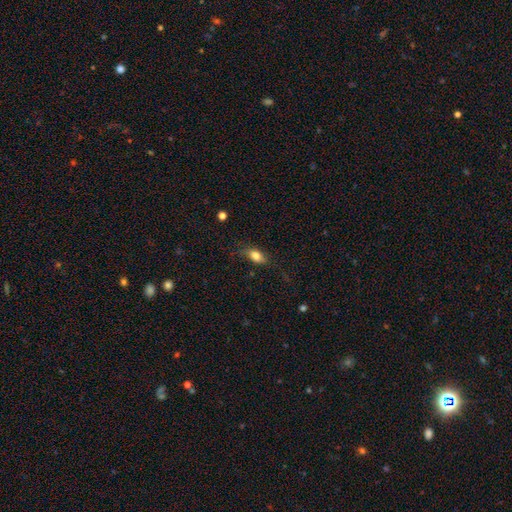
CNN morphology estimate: smooth 78%, featured or disk 13%, star or artifact 8%. Down the decision tree: how rounded — in between (82%); merging — none (68%).